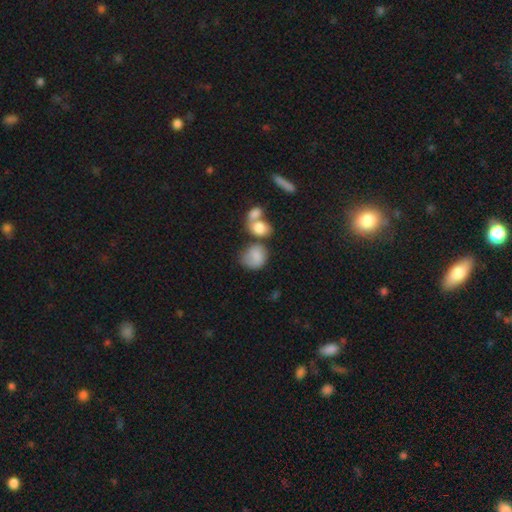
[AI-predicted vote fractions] smooth 79%, featured or disk 12%, star or artifact 8%. Down the decision tree: how rounded — round (62%); merging — none (37%).